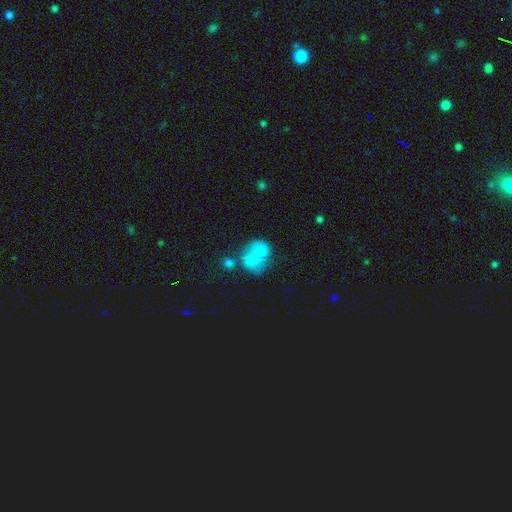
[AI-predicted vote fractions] Smooth or featured?
  - smooth: 68% *
  - featured or disk: 20%
  - star or artifact: 12%
How rounded?
  - in between: 64% *
  - round: 34%
  - cigar-shaped: 2%
Merging?
  - none: 36% *
  - minor disturbance: 25%
  - merger: 20%
  - major disturbance: 19%